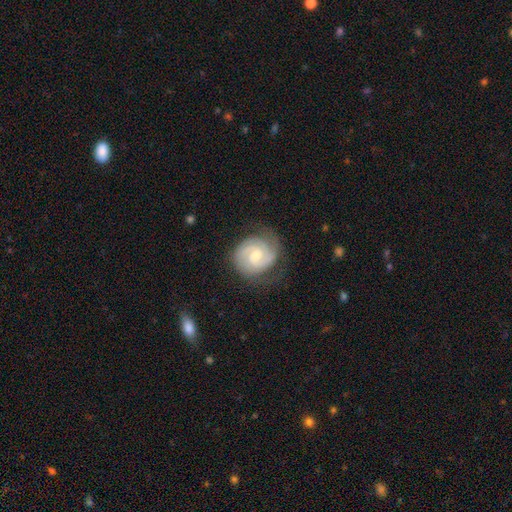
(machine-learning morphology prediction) A featured or disk galaxy (79%) with a weak bar (52%), 2 (71%) tight (56%) spiral arms (96%) and a small central bulge (47%). Merging: none (69%).